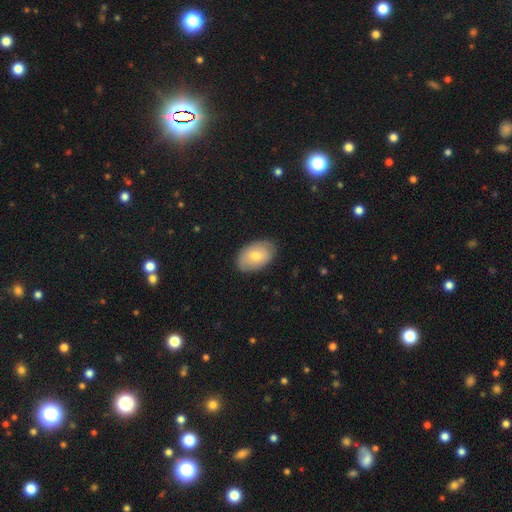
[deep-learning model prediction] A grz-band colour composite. It shows a smooth galaxy with no disk features (68%) that is in between round and cigar-shaped (90%). Merging: none (83%).